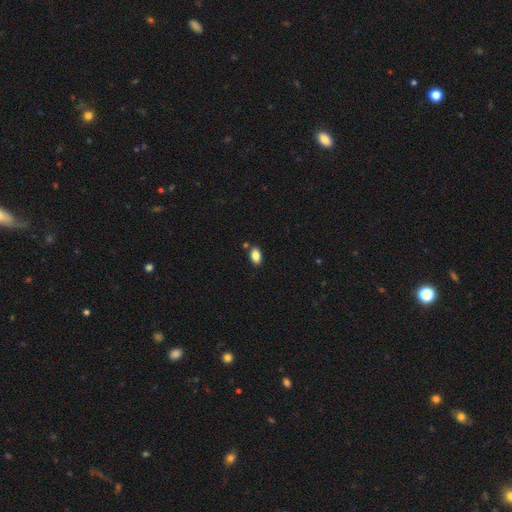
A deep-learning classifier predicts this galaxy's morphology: A smooth galaxy with no disk features (87%) that is in between round and cigar-shaped (91%). Merging: none (81%).